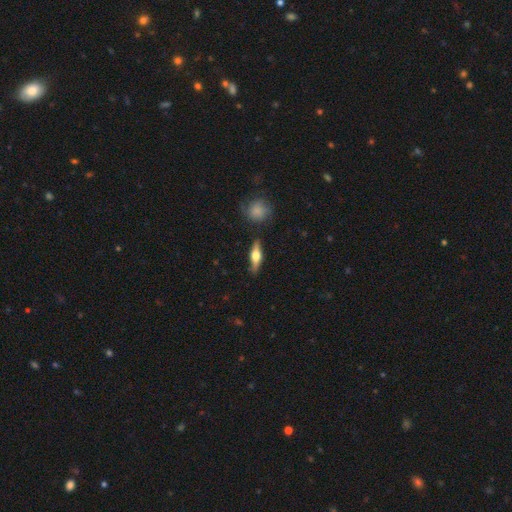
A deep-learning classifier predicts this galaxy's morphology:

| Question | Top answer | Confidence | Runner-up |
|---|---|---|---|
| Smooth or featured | featured or disk | 54% | smooth (40%) |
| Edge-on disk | yes | 92% | no (8%) |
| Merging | none | 84% | minor disturbance (11%) |